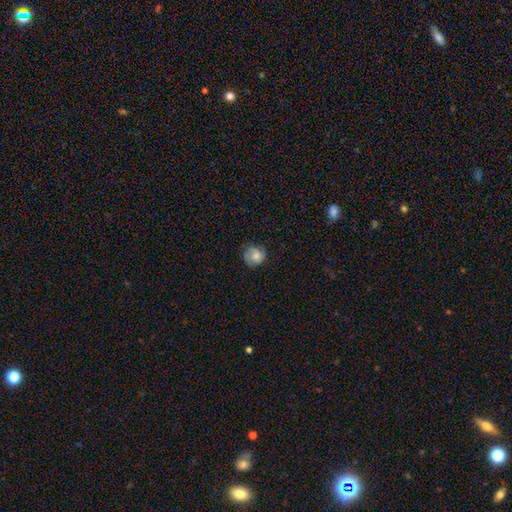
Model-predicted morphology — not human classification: This appears to be a smooth galaxy with no disk features (76%) that is round (88%). Merging: none (74%).